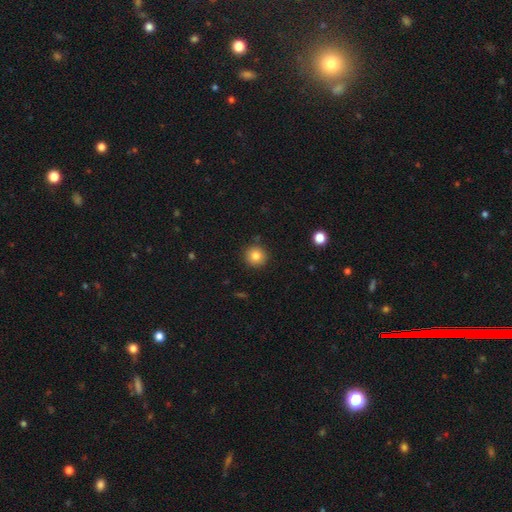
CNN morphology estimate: A smooth galaxy with no disk features (82%) that is round (94%).

Vote fractions:
- Smooth or featured? smooth: 82% / star or artifact: 11% / featured or disk: 7%
- How rounded? round: 94% / in between: 5% / cigar-shaped: 1%
- Merging? none: 90% / minor disturbance: 7% / major disturbance: 2% / merger: 2%